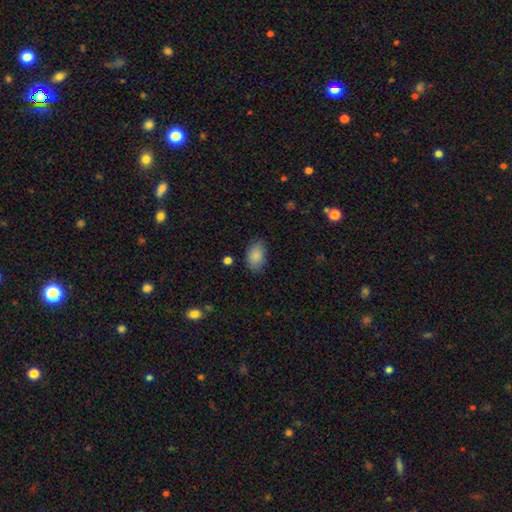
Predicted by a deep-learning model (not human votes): Q: Smooth or featured?
A: smooth (88%); runner-up: star or artifact (7%)
Q: How rounded?
A: in between (88%); runner-up: round (11%)
Q: Merging?
A: none (81%); runner-up: minor disturbance (14%)